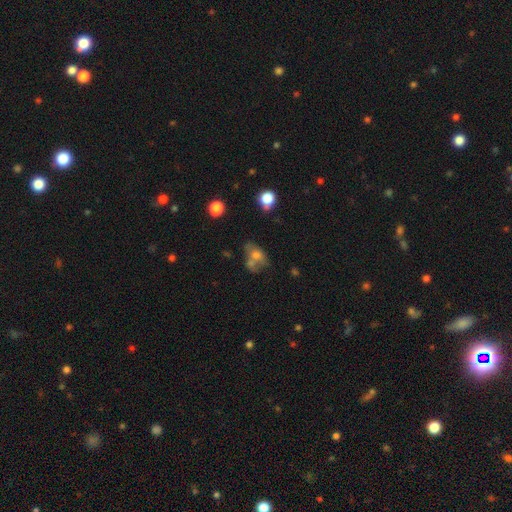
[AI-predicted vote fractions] Smooth or featured? Predicted: smooth (p=0.57). How rounded? Predicted: in between (p=0.68). Merging? Predicted: merger (p=0.39).